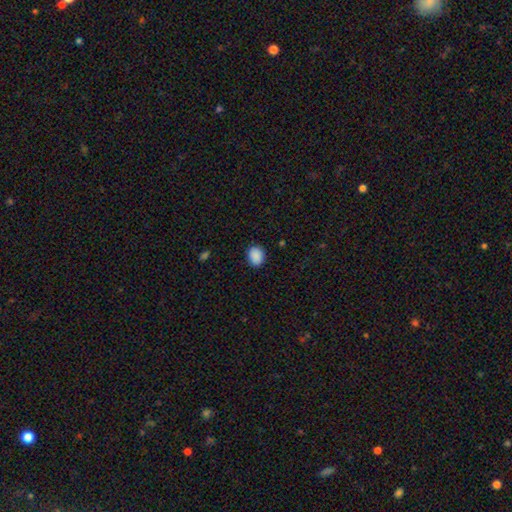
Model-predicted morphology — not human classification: The model was most divided on "how rounded": round: 54%, in between: 45%, cigar-shaped: 1%. More confident: smooth or featured — smooth (89%); merging — none (87%).